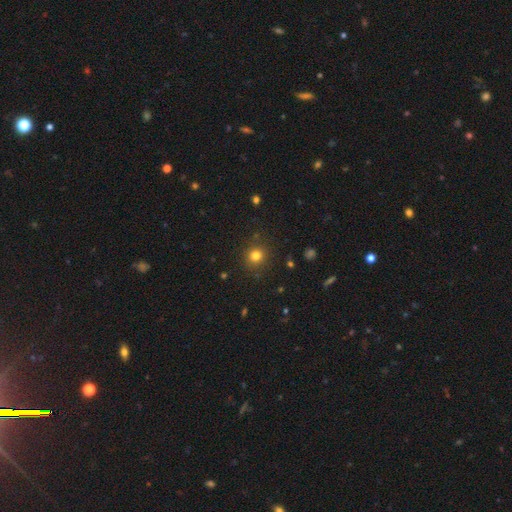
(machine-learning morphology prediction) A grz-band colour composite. It shows a smooth galaxy with no disk features (79%) that is round (91%). Merging: none (89%).